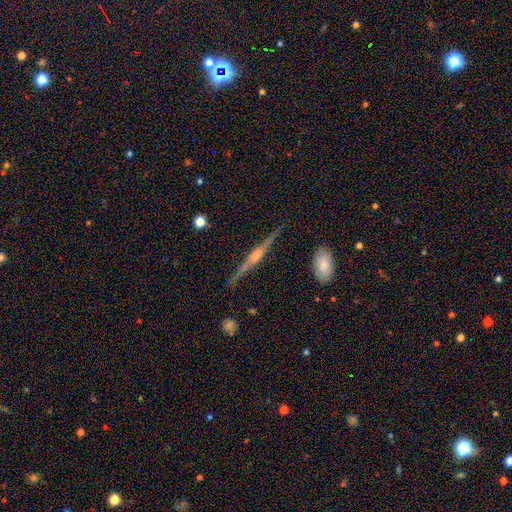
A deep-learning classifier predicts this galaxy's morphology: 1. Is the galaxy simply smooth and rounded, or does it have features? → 85% featured or disk, 8% smooth, 7% star or artifact.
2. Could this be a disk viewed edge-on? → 98% yes, 2% no.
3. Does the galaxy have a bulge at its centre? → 84% rounded, 9% boxy, 7% none.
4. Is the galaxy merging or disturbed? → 88% none, 8% minor disturbance, 2% major disturbance, 1% merger.